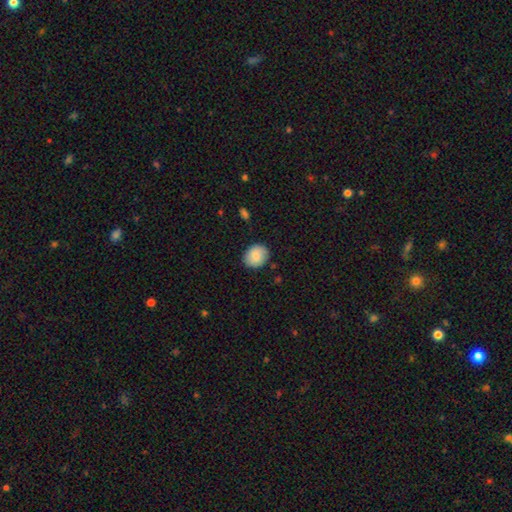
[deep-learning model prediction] Smooth or featured? smooth (84%)
How rounded? round (55%)
Merging? none (84%)